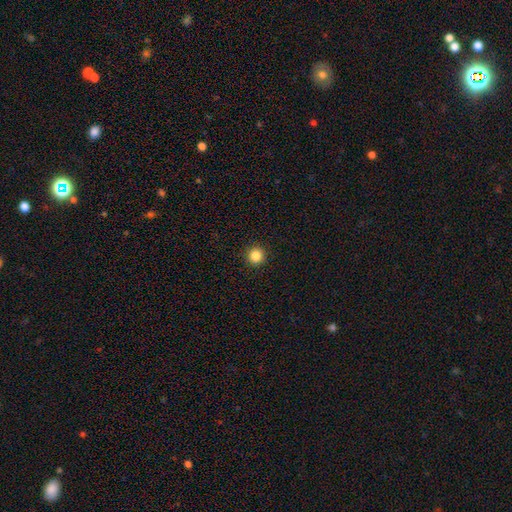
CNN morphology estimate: Overall: smooth (85%). How rounded: round (96%). Merging: none (93%).